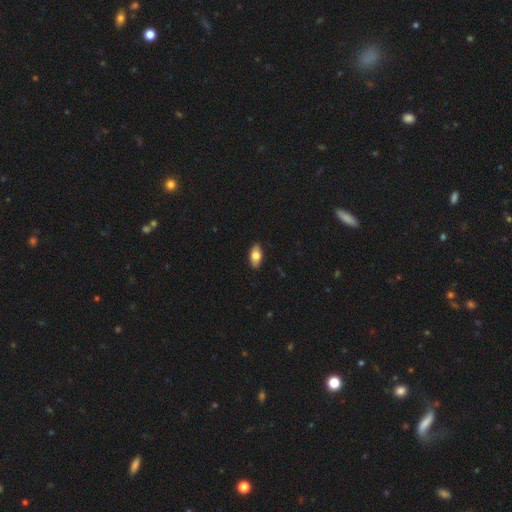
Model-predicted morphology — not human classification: Smooth or featured: smooth — 74% (featured or disk — 20%)
How rounded: in between — 89% (cigar-shaped — 7%)
Merging: none — 89% (minor disturbance — 9%)